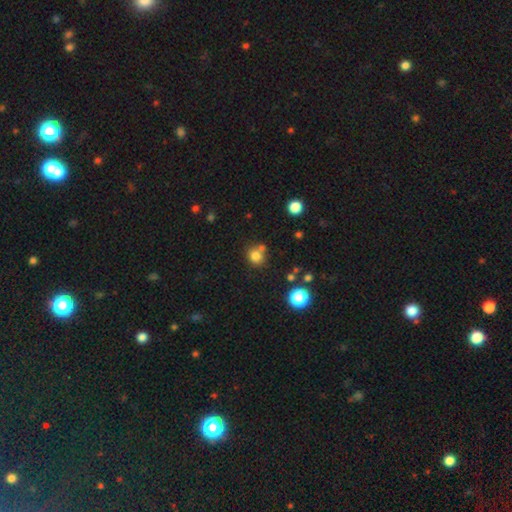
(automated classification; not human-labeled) This is likely a smooth galaxy (79%). How rounded: clearly round (82%). Merging: likely none (64%).